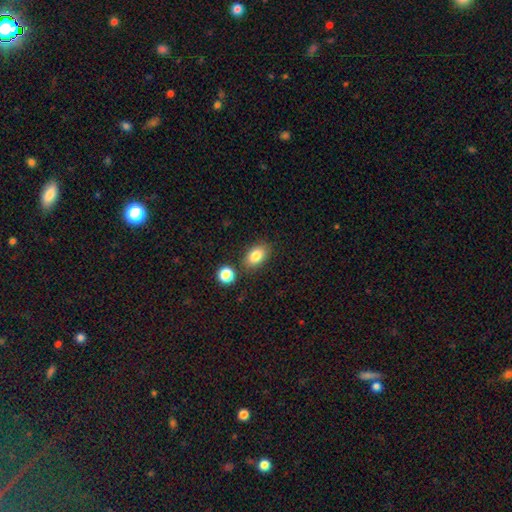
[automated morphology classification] Overall: smooth (84%). How rounded: in between (87%). Merging: none (80%).